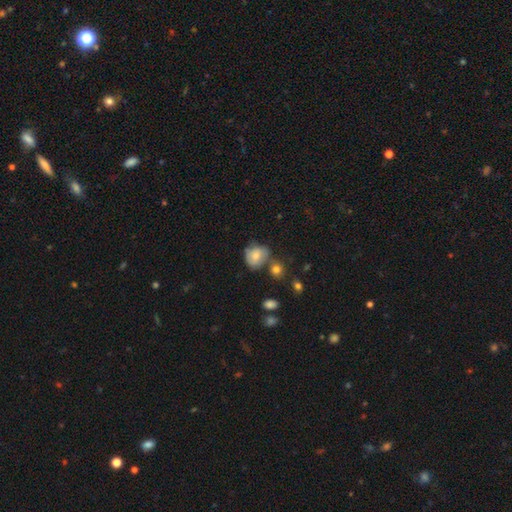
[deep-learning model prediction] This appears to be a smooth galaxy with no disk features (65%) that is round (68%). Merging: none (52%).